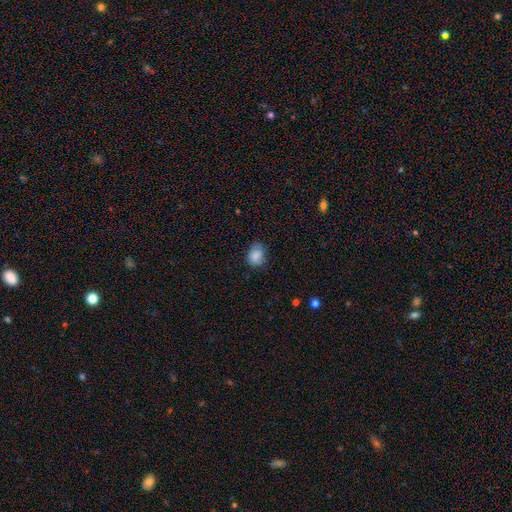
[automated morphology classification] Smooth or featured? Predicted: smooth (p=0.85). How rounded? Predicted: in between (p=0.55). Merging? Predicted: none (p=0.63).